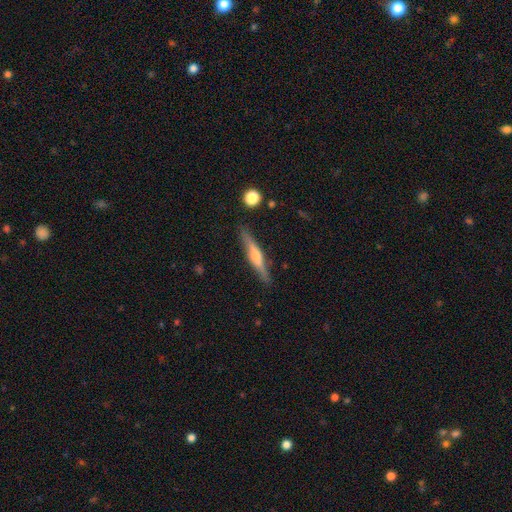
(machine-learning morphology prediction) This appears to be a featured or disk galaxy (65%) viewed edge-on (97%) with a rounded central bulge (81%). Merging: none (88%).